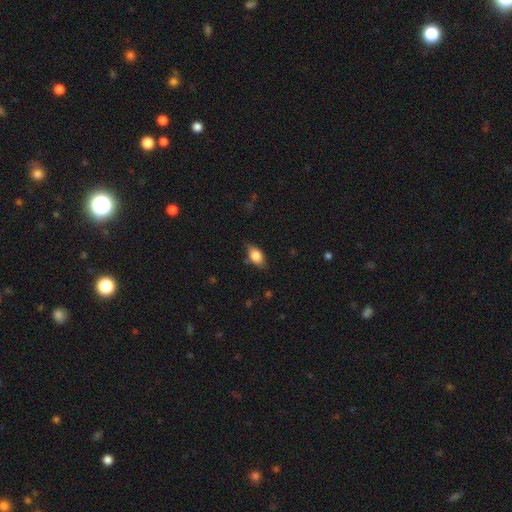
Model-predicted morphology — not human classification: Overall: smooth (81%). How rounded: in between (88%). Merging: none (75%).